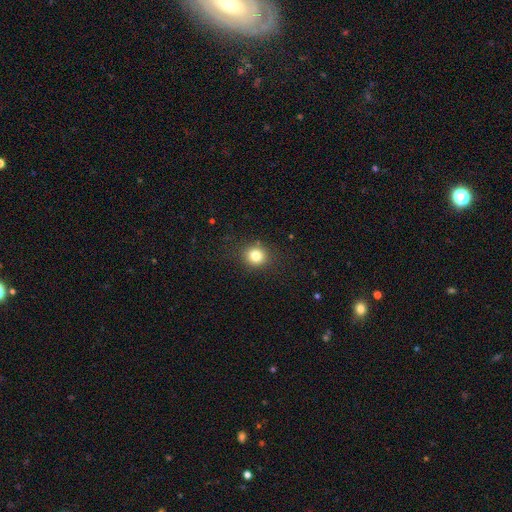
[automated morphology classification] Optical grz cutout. It shows a smooth galaxy with no disk features (81%) that is round (85%). Merging: none (88%).